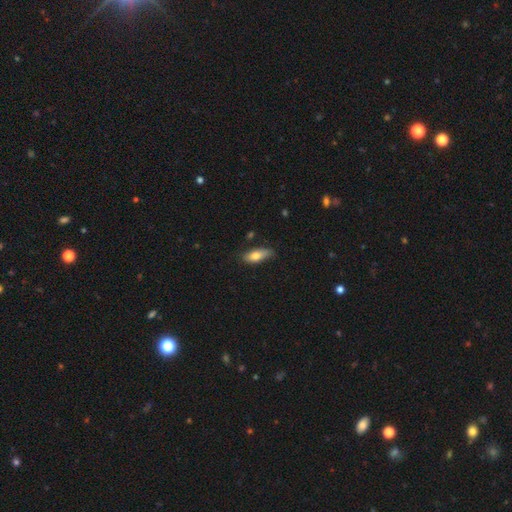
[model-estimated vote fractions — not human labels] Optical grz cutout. It shows a smooth galaxy with no disk features (76%) that is in between round and cigar-shaped (71%). Merging: none (70%).